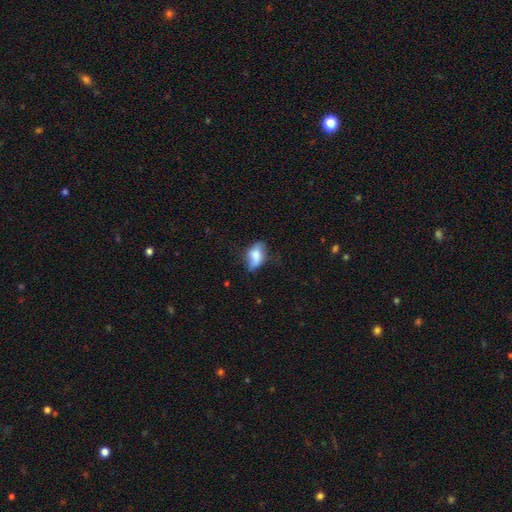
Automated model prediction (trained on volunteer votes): Smooth or featured?
  - smooth: 67% *
  - featured or disk: 25%
  - star or artifact: 8%
How rounded?
  - in between: 88% *
  - round: 8%
  - cigar-shaped: 4%
Merging?
  - none: 57% *
  - minor disturbance: 32%
  - major disturbance: 9%
  - merger: 2%